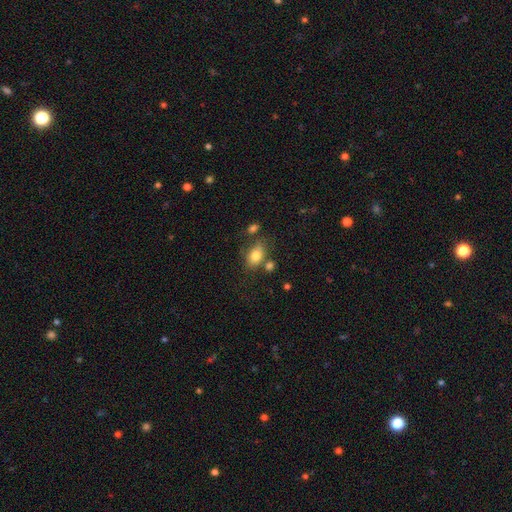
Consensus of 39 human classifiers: This appears to be a smooth galaxy with no disk features (79%) that is in between round and cigar-shaped (55%). Merging: none (43%).